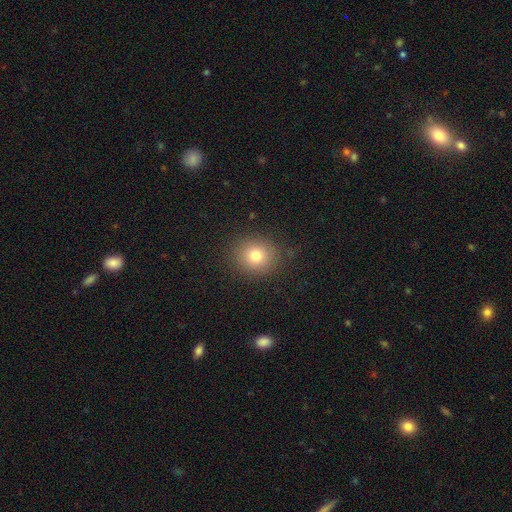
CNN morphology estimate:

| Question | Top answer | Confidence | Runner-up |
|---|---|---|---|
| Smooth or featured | smooth | 77% | star or artifact (13%) |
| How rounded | round | 81% | in between (18%) |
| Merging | none | 86% | minor disturbance (9%) |